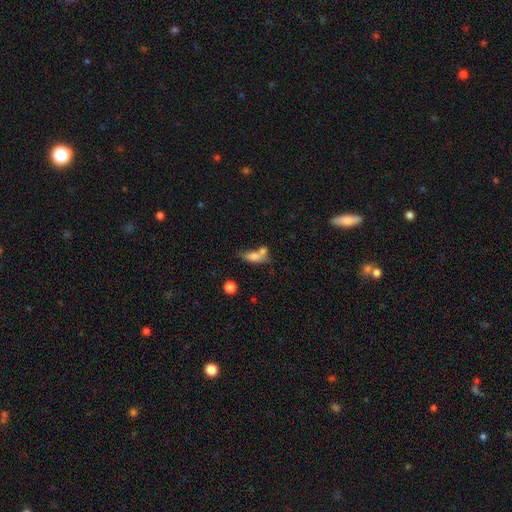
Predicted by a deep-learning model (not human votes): Smooth or featured: smooth — 71% (featured or disk — 20%)
How rounded: in between — 71% (cigar-shaped — 22%)
Merging: merger — 42% (none — 33%)